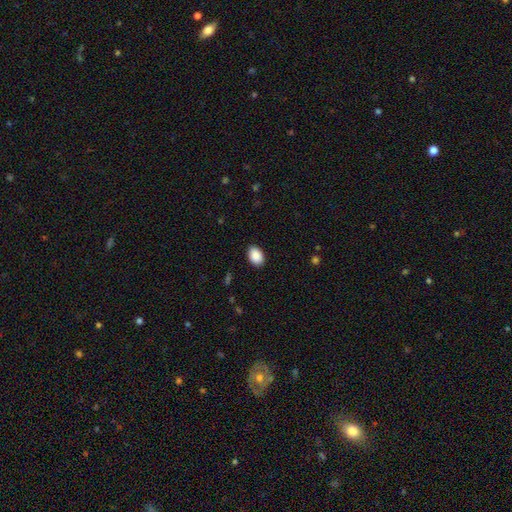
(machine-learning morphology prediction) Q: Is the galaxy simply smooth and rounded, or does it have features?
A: smooth — 90%.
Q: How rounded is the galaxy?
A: in between — 85%.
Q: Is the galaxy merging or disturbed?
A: none — 89%.